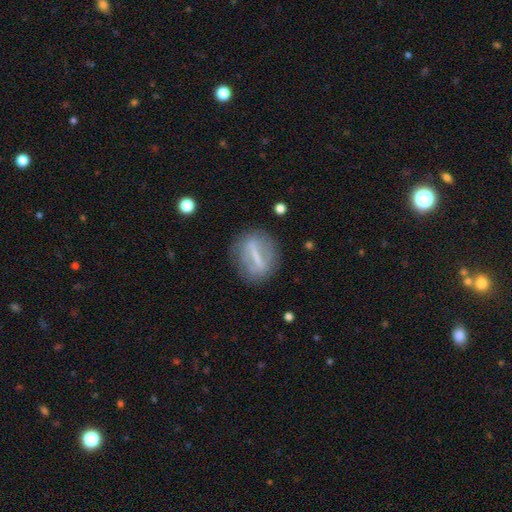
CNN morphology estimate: Q: Smooth or featured?
A: featured or disk (60%); runner-up: smooth (31%)
Q: Edge-on disk?
A: no (76%); runner-up: yes (24%)
Q: Merging?
A: none (80%); runner-up: minor disturbance (12%)